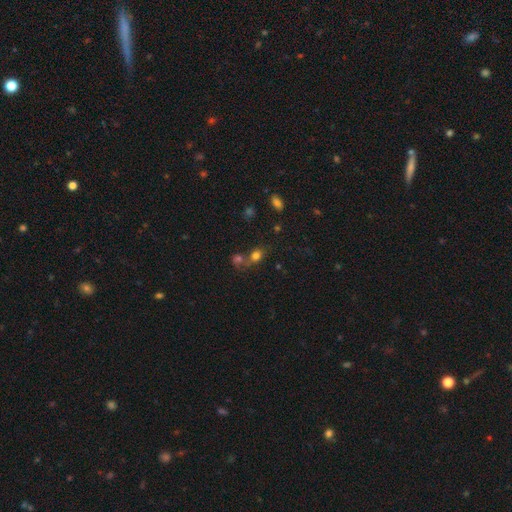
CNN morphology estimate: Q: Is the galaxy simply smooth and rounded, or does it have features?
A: smooth — 75%.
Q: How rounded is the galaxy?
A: round — 52%.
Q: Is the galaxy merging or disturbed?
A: none — 46%.